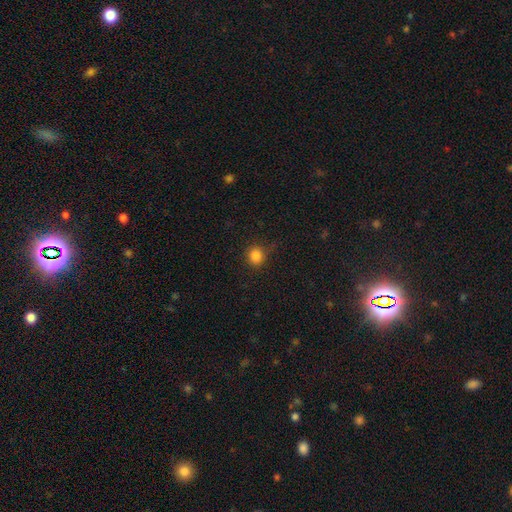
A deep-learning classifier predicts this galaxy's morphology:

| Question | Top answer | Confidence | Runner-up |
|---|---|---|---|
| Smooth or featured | smooth | 84% | star or artifact (12%) |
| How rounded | round | 82% | in between (17%) |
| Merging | none | 76% | minor disturbance (17%) |